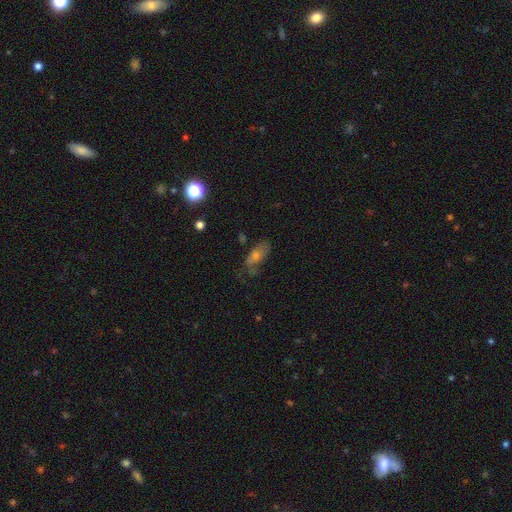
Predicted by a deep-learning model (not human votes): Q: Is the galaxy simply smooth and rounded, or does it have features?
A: smooth — 46%.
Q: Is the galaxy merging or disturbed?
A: none — 48%.